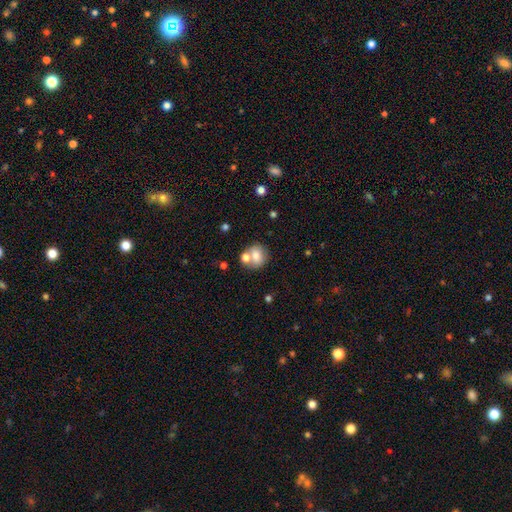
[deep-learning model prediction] Smooth or featured? Predicted: smooth (p=0.74). How rounded? Predicted: round (p=0.72). Merging? Predicted: none (p=0.53).